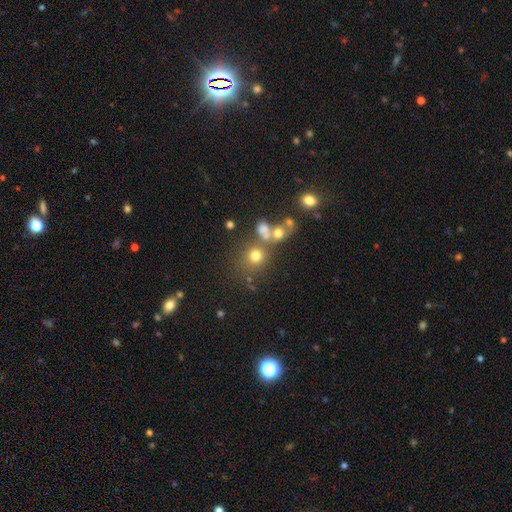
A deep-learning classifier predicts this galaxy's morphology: A smooth galaxy with no disk features (70%) that is round (85%).

Vote fractions:
- Smooth or featured? smooth: 70% / star or artifact: 18% / featured or disk: 12%
- How rounded? round: 85% / in between: 14% / cigar-shaped: 1%
- Merging? none: 60% / merger: 22% / minor disturbance: 11% / major disturbance: 7%